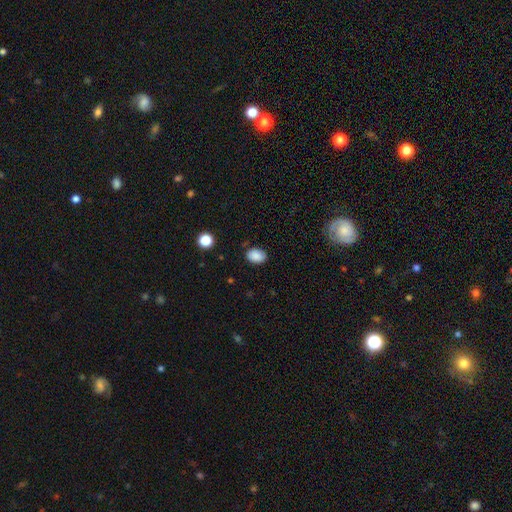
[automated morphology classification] Smooth or featured: smooth — 87% (star or artifact — 9%)
How rounded: in between — 78% (round — 21%)
Merging: none — 84% (minor disturbance — 12%)